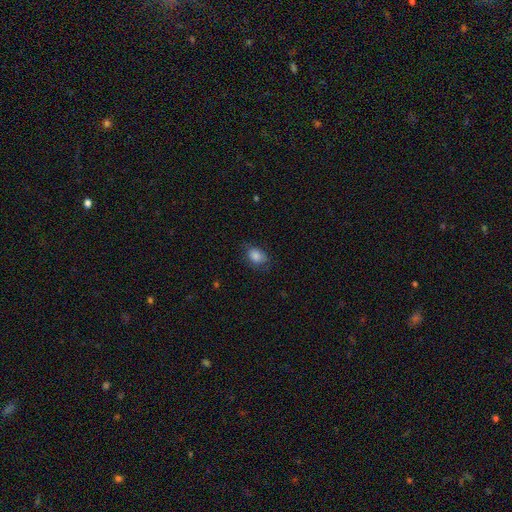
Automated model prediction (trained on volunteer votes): Smooth or featured? Predicted: smooth (p=0.82). How rounded? Predicted: in between (p=0.79). Merging? Predicted: none (p=0.66).